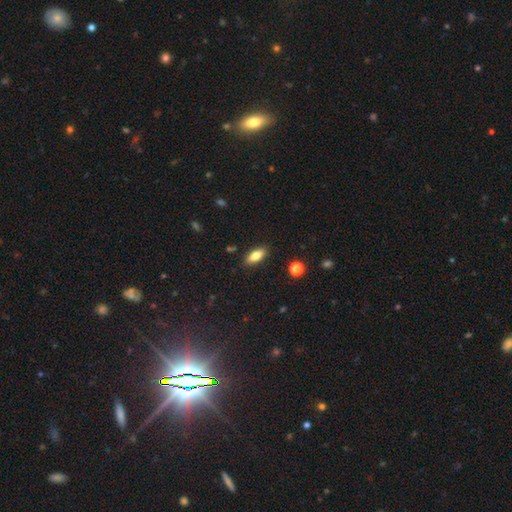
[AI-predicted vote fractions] Smooth or featured? Predicted: smooth (p=0.78). How rounded? Predicted: in between (p=0.78). Merging? Predicted: none (p=0.87).